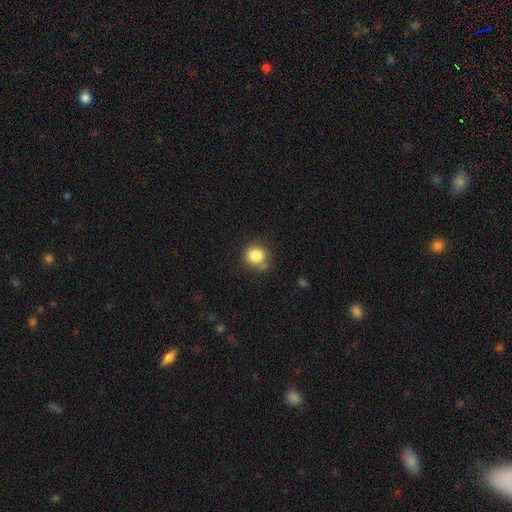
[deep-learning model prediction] A smooth galaxy with no disk features (84%) that is round (89%).

Vote fractions:
- Smooth or featured? smooth: 84% / star or artifact: 10% / featured or disk: 6%
- How rounded? round: 89% / in between: 10% / cigar-shaped: 1%
- Merging? none: 72% / minor disturbance: 19% / merger: 5% / major disturbance: 5%